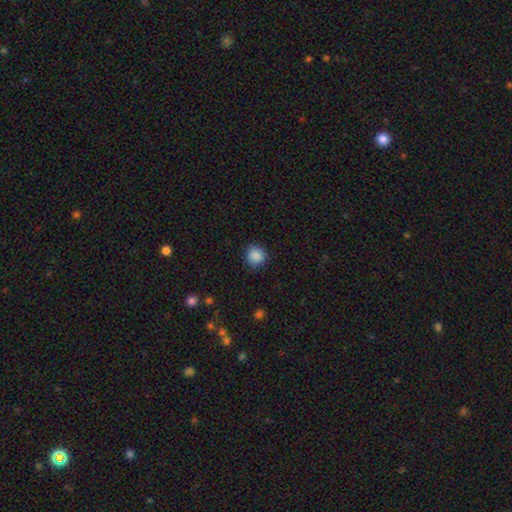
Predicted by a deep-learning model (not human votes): Smooth or featured? smooth (87%)
How rounded? round (86%)
Merging? none (83%)